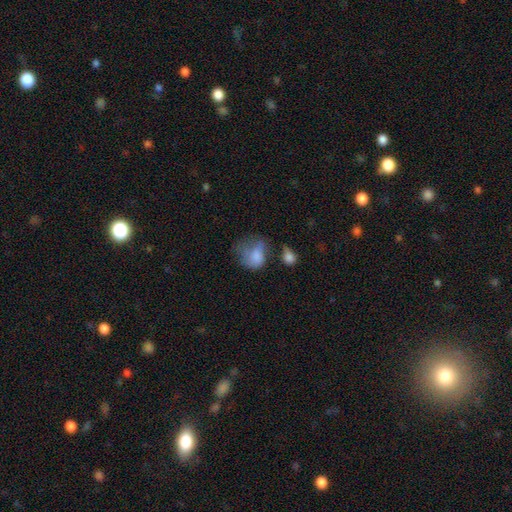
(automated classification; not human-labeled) Smooth or featured? smooth (69%)
How rounded? in between (57%)
Merging? major disturbance (40%)